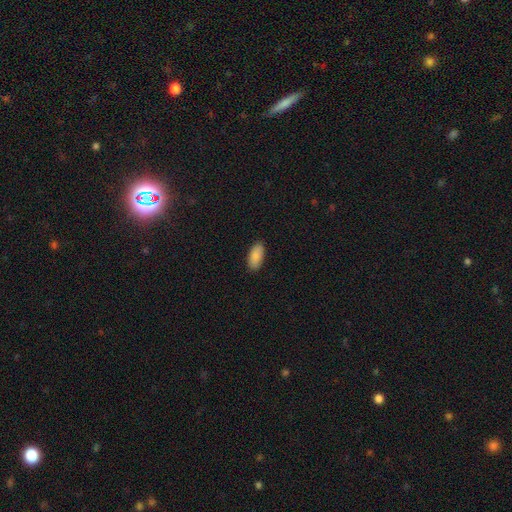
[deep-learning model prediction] smooth 89%, star or artifact 6%, featured or disk 5%. Down the decision tree: how rounded — in between (90%); merging — none (89%).